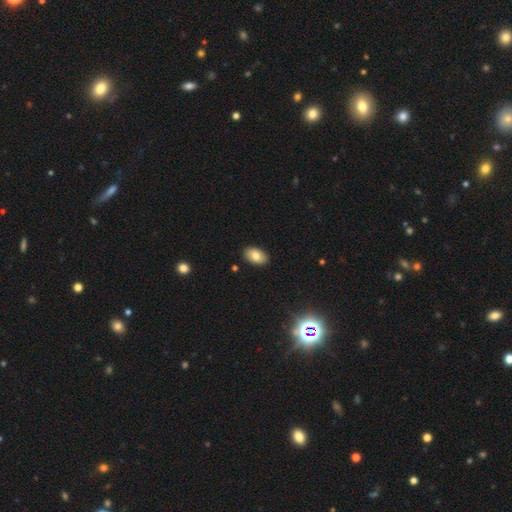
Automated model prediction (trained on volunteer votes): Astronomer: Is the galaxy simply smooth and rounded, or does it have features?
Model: smooth — 78%.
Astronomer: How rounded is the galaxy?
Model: in between — 92%.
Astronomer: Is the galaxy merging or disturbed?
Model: none — 88%.